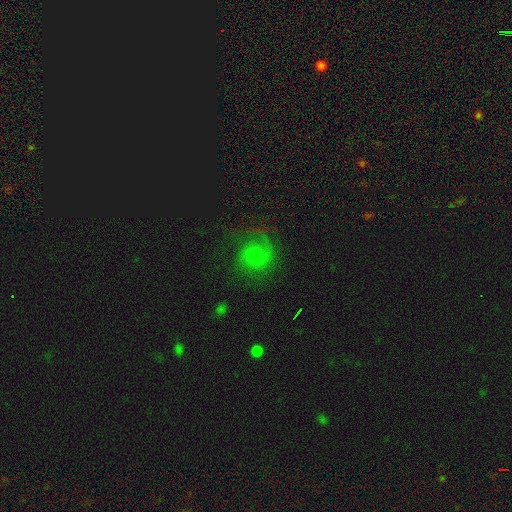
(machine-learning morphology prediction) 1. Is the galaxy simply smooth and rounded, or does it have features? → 50% featured or disk, 33% smooth, 17% star or artifact.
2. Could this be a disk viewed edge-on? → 97% no, 3% yes.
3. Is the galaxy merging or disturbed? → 60% none, 19% minor disturbance, 18% major disturbance, 2% merger.